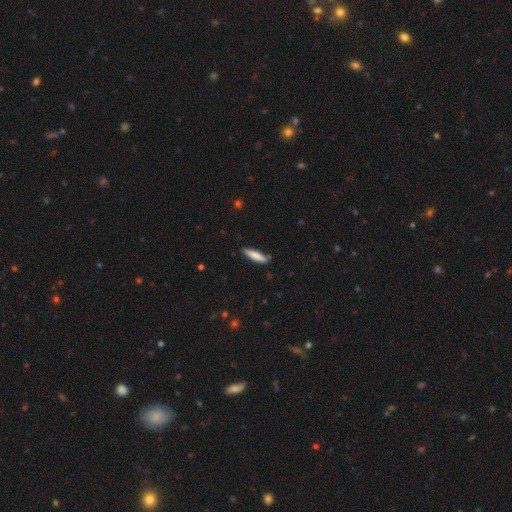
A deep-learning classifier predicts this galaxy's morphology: A smooth galaxy with no disk features (79%) that is cigar-shaped (80%).

Vote fractions:
- Smooth or featured? smooth: 79% / featured or disk: 15% / star or artifact: 6%
- How rounded? cigar-shaped: 80% / in between: 19% / round: 1%
- Merging? none: 82% / minor disturbance: 14% / major disturbance: 2% / merger: 2%